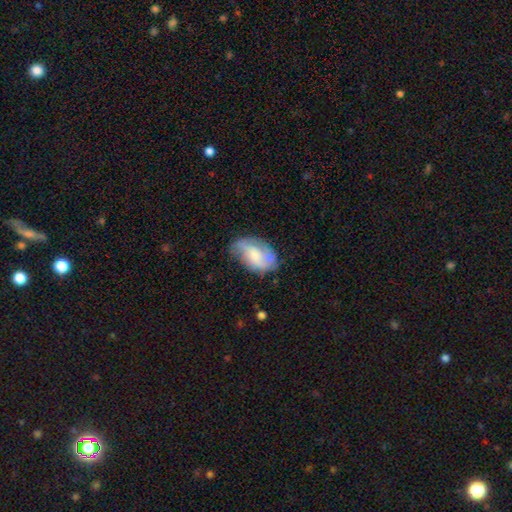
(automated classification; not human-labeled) smooth-or-featured: featured or disk: 54% | smooth: 39% | star or artifact: 7%
  disk-edge-on: no: 96% | yes: 4%
    bar: no: 58% | weak: 34% | strong: 8%
    has-spiral-arms: yes: 80% | no: 20%
    bulge-size: moderate: 38% | small: 33% | none: 16% | large: 11% | dominant: 2%
  merging: none: 55% | minor disturbance: 30% | major disturbance: 13% | merger: 2%